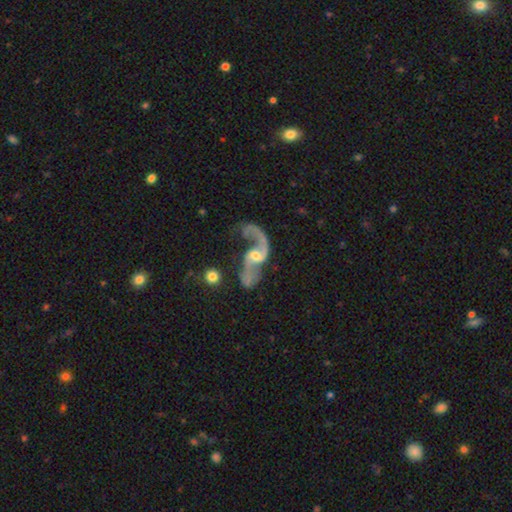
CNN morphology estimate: A featured or disk galaxy (90%) with a weak bar (42%, tied with no), 2 (88%) loose (80%) spiral arms (95%) and a moderate central bulge (52%). Merging: none (45%).